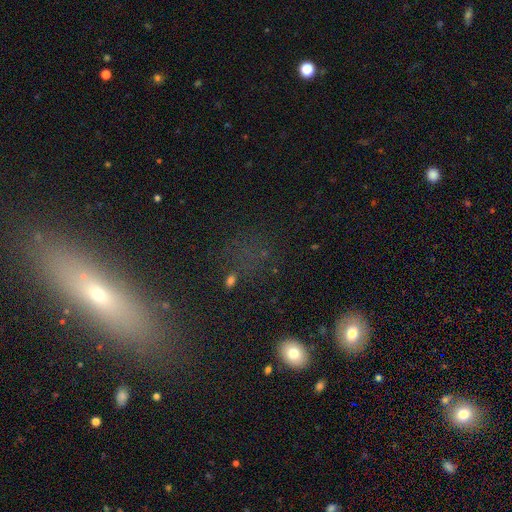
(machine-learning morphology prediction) smooth_or_featured: smooth (p=0.45) [alt: star or artifact p=0.32]
merging: none (p=0.67) [alt: minor disturbance p=0.14]